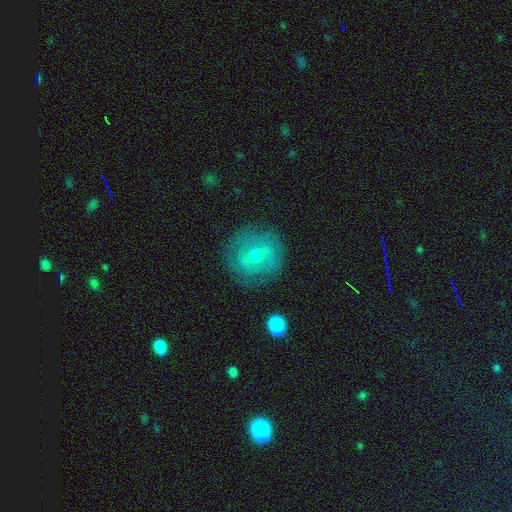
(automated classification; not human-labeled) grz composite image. It shows a featured or disk galaxy (57%) with a weak bar (50%), spiral arms (57%) and a moderate central bulge (56%). Merging: none (80%).